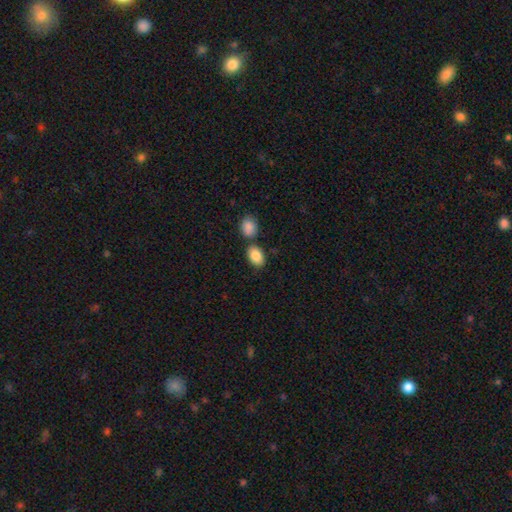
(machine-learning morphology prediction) The model was most divided on "merging": none: 69%, merger: 18%, minor disturbance: 10%, major disturbance: 3%. More confident: how rounded — in between (87%); smooth or featured — smooth (86%).